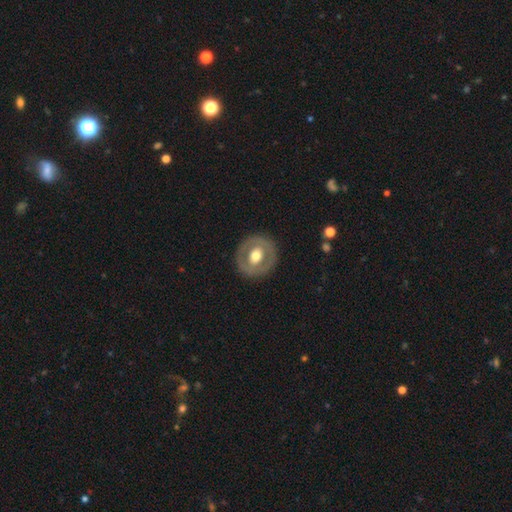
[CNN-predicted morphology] A featured or disk galaxy (51%). Merging: none (86%).